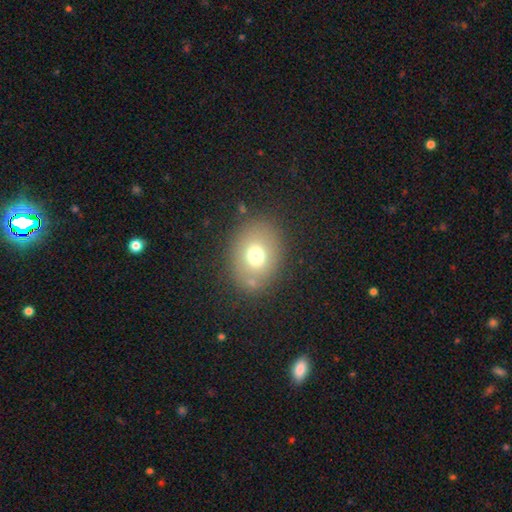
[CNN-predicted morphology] A smooth galaxy with no disk features (71%) that is in between round and cigar-shaped (54%).

Vote fractions:
- Smooth or featured? smooth: 71% / featured or disk: 16% / star or artifact: 13%
- How rounded? in between: 54% / round: 45% / cigar-shaped: 1%
- Merging? none: 80% / minor disturbance: 12% / major disturbance: 5% / merger: 4%